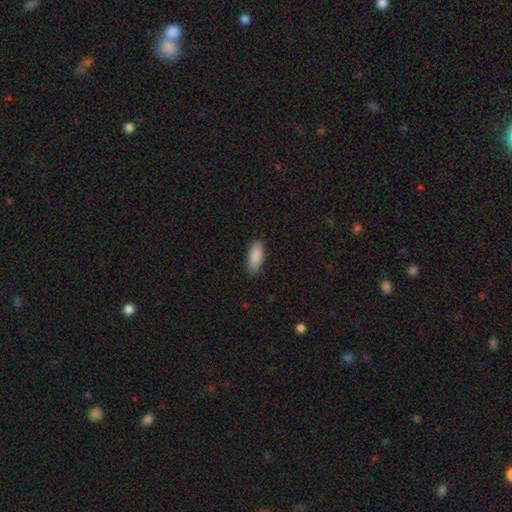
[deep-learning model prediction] Smooth or featured?
  - smooth: 89% *
  - star or artifact: 6%
  - featured or disk: 5%
How rounded?
  - in between: 82% *
  - cigar-shaped: 16%
  - round: 2%
Merging?
  - none: 86% *
  - minor disturbance: 11%
  - major disturbance: 2%
  - merger: 1%